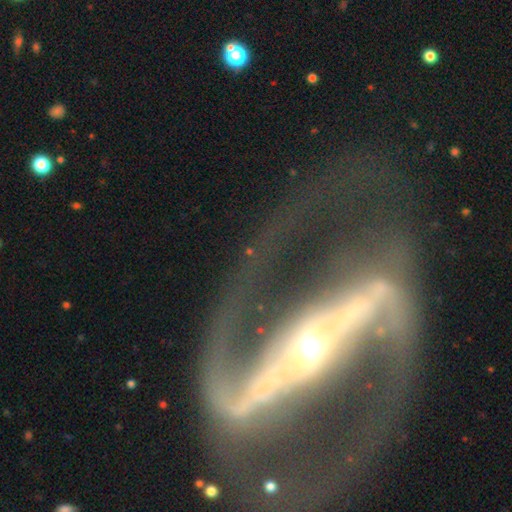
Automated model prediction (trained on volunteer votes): This is clearly a featured or disk galaxy (88%). It is clearly not viewed edge-on (89%). Bar: likely strong (72%). Spiral arm pattern: clearly yes (86%). Spiral arm count: clearly 2 (84%). Spiral winding: possibly loose (46%). Central bulge: possibly moderate (49%). Merging: possibly none (47%).